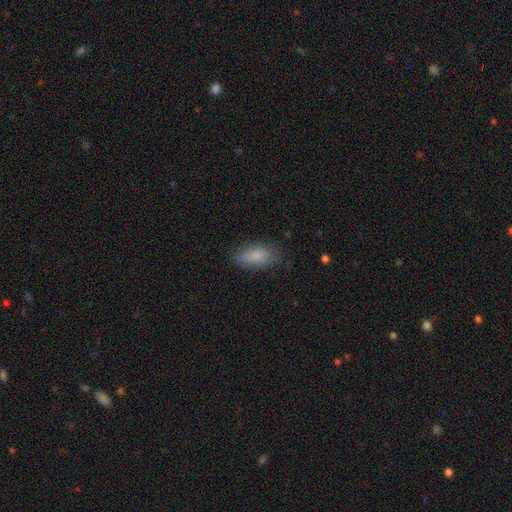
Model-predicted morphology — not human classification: smooth 82%, featured or disk 10%, star or artifact 7%. Down the decision tree: how rounded — in between (88%); merging — none (76%).